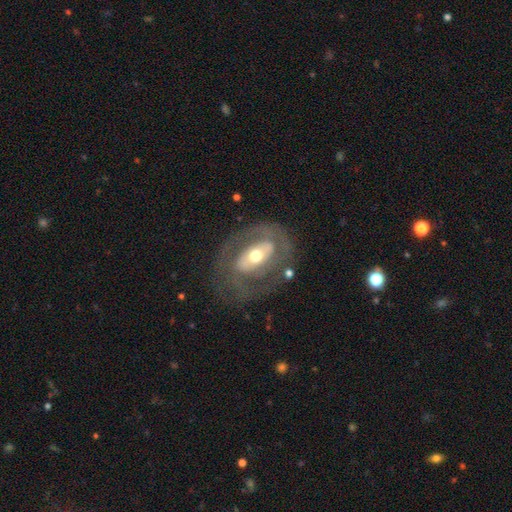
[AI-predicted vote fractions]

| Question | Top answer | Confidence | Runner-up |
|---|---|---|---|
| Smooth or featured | featured or disk | 70% | smooth (24%) |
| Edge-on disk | no | 93% | yes (7%) |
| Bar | no | 47% | strong (28%) |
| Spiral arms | no | 60% | yes (40%) |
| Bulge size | moderate | 68% | small (16%) |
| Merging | none | 65% | major disturbance (17%) |